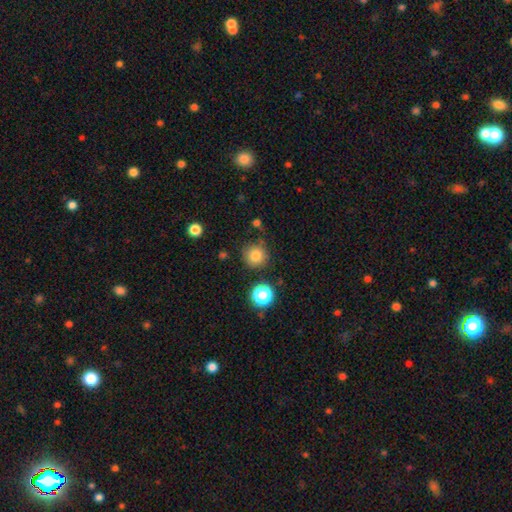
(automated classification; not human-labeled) This appears to be a smooth galaxy with no disk features (81%) that is round (94%). Merging: none (82%).